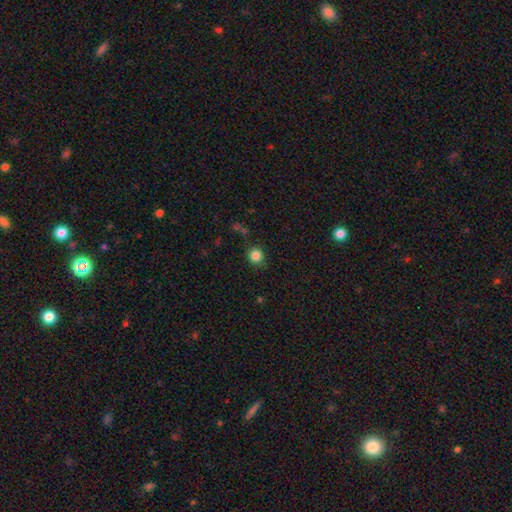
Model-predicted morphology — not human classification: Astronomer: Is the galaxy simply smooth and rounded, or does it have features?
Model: smooth — 84%.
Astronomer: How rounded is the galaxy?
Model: round — 91%.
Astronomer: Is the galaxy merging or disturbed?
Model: none — 86%.